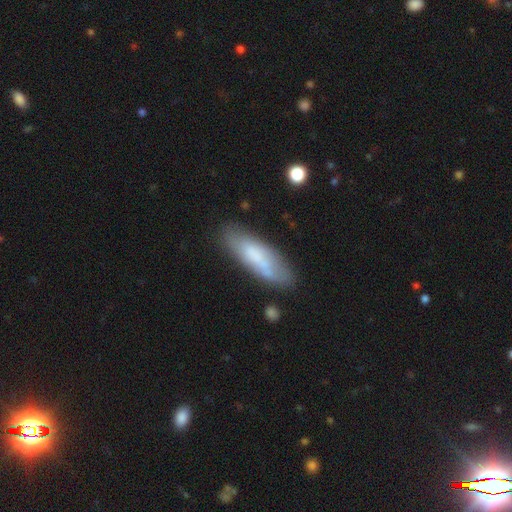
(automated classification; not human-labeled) Smooth or featured? smooth (63%)
How rounded? cigar-shaped (52%)
Merging? none (66%)